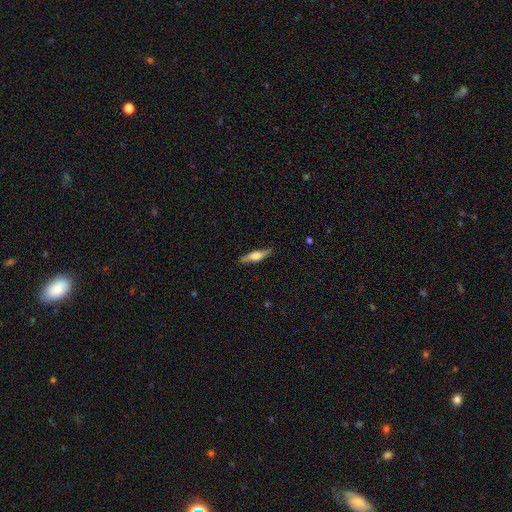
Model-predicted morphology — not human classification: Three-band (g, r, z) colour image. It shows a featured or disk galaxy (56%) viewed edge-on (95%) with a rounded central bulge (85%). Merging: none (86%).